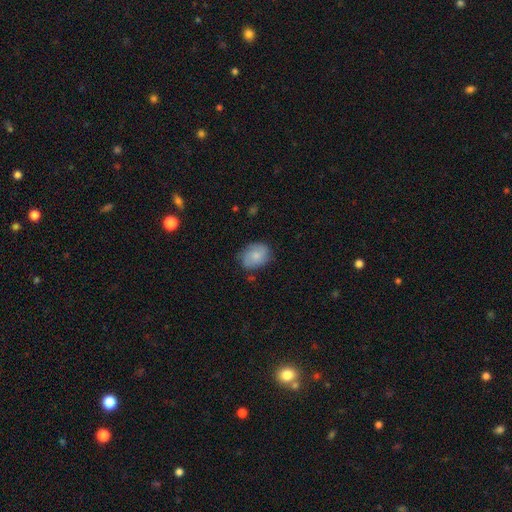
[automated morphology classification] Overall: smooth (76%). How rounded: in between (65%; round 34%). Merging: none (68%).